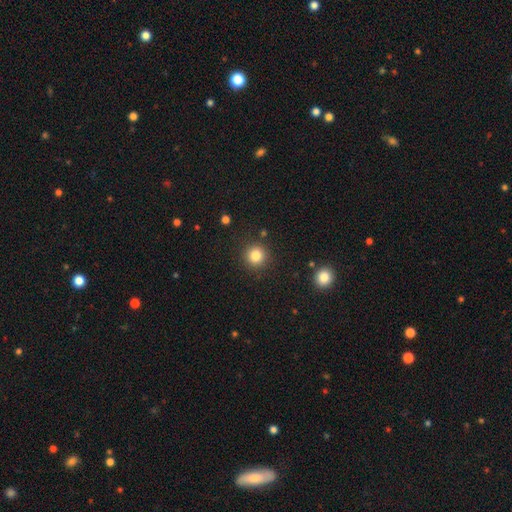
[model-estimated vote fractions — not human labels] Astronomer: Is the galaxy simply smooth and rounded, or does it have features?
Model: smooth — 83%.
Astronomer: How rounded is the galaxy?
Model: round — 93%.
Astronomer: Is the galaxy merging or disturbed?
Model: none — 89%.